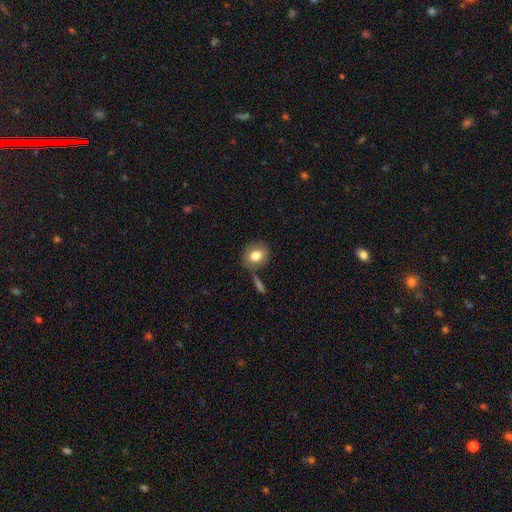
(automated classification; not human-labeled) Morphology: type=smooth (78%); roundness=round (61%); merging=none (73%).